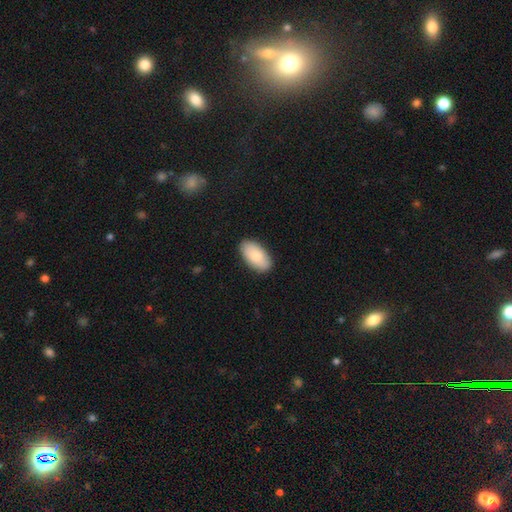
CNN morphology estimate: smooth-or-featured: smooth: 81% | featured or disk: 14% | star or artifact: 5%
  how-rounded: in between: 95% | round: 3% | cigar-shaped: 2%
  merging: none: 88% | minor disturbance: 9% | major disturbance: 2% | merger: 1%